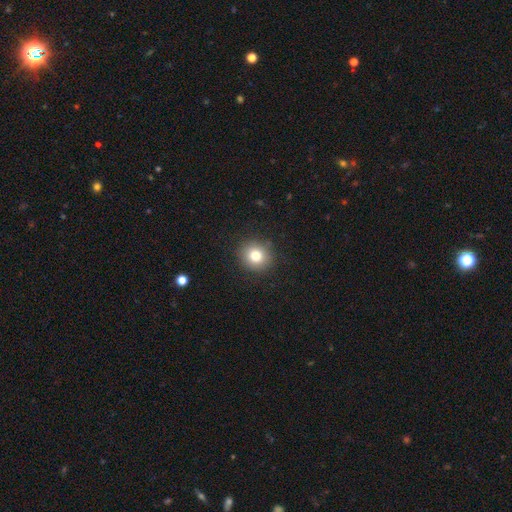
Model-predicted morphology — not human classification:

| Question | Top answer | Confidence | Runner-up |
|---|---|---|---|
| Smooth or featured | smooth | 79% | star or artifact (11%) |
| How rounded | round | 86% | in between (13%) |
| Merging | none | 90% | minor disturbance (7%) |